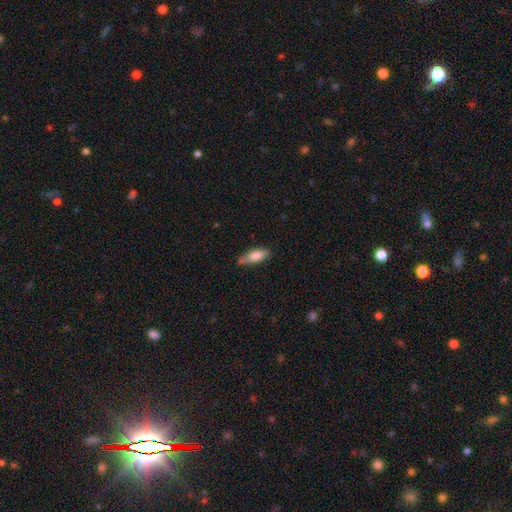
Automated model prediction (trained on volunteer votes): The model was most divided on "how rounded": in between: 62%, cigar-shaped: 36%, round: 2%. More confident: smooth or featured — smooth (76%); merging — none (69%).